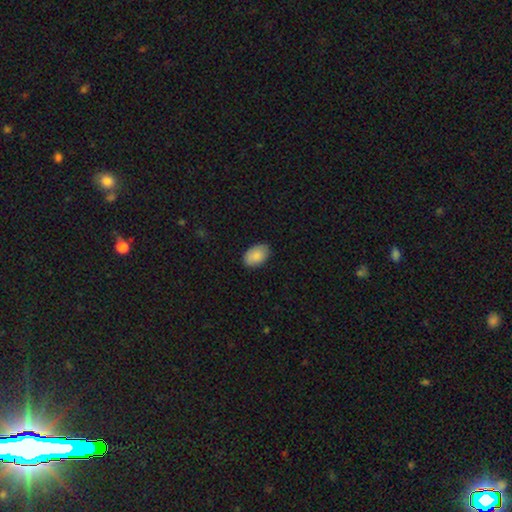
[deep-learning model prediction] Smooth or featured: smooth — 89% (star or artifact — 6%)
How rounded: in between — 91% (round — 8%)
Merging: none — 86% (minor disturbance — 11%)